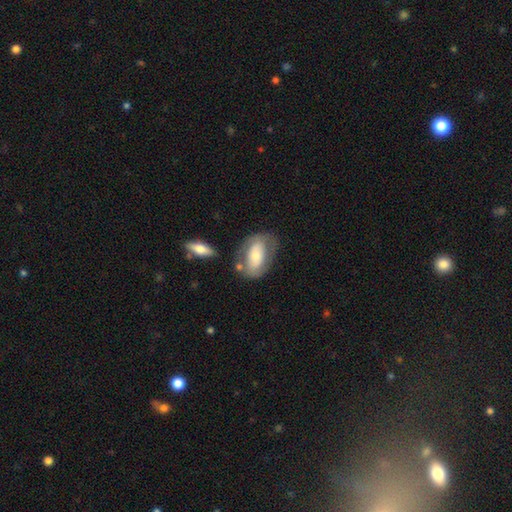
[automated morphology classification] Smooth or featured? Predicted: smooth (p=0.53). How rounded? Predicted: in between (p=0.88). Merging? Predicted: none (p=0.59).